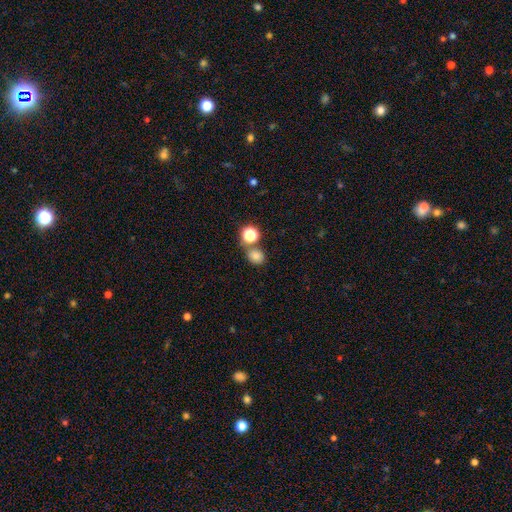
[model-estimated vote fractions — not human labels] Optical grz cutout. It shows a smooth galaxy with no disk features (77%) that is round (67%). Merging: none (67%).